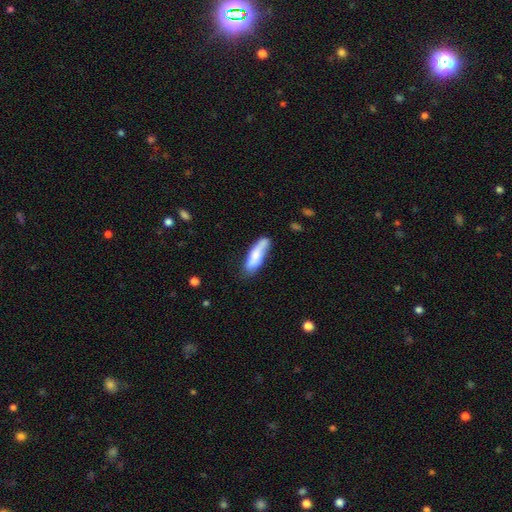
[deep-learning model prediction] Smooth or featured? smooth (73%)
How rounded? cigar-shaped (60%)
Merging? none (58%)